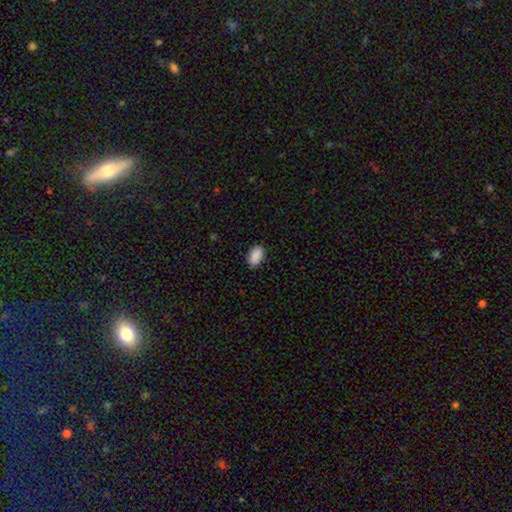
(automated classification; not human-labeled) smooth_or_featured: smooth (p=0.91) [alt: star or artifact p=0.07]
how_rounded: in between (p=0.92) [alt: round p=0.06]
merging: none (p=0.88) [alt: minor disturbance p=0.09]